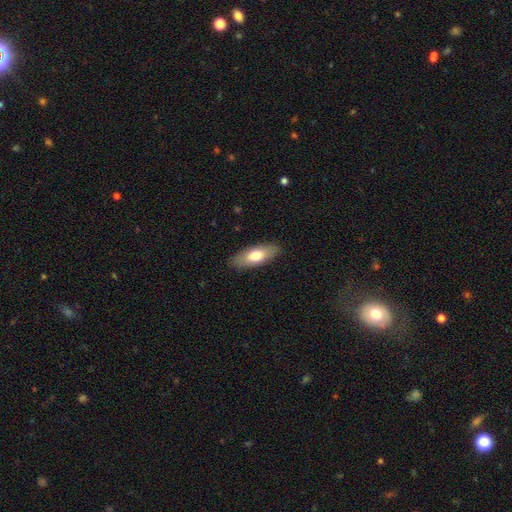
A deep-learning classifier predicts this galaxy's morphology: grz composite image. It shows a smooth galaxy with no disk features (73%) that is in between round and cigar-shaped (75%). Merging: none (88%).